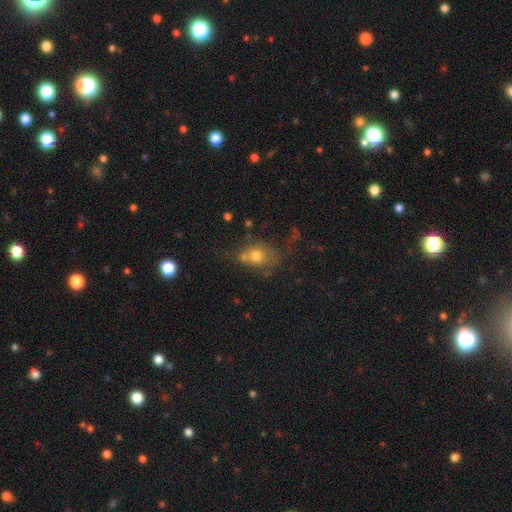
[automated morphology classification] smooth_or_featured: smooth (p=0.67) [alt: featured or disk p=0.18]
how_rounded: round (p=0.56) [alt: in between p=0.43]
merging: none (p=0.44) [alt: merger p=0.21]